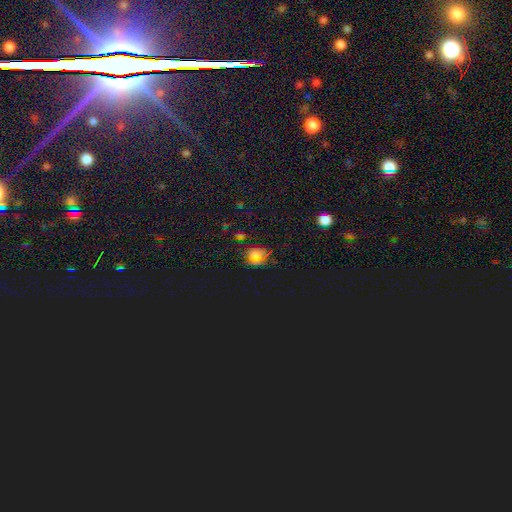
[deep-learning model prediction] Smooth or featured: star or artifact — 56% (smooth — 33%)